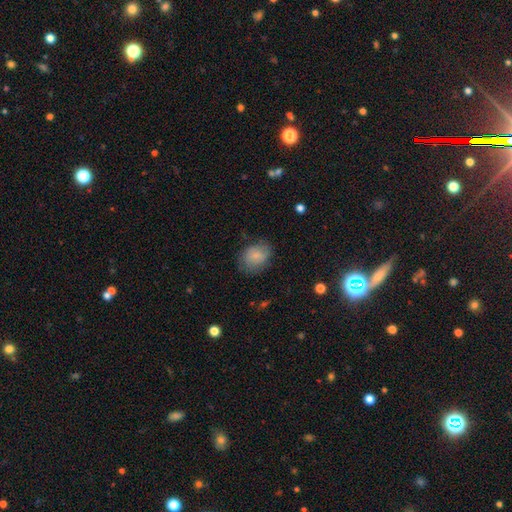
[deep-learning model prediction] smooth 76%, featured or disk 16%, star or artifact 8%. Down the decision tree: how rounded — in between (53%); merging — none (67%).